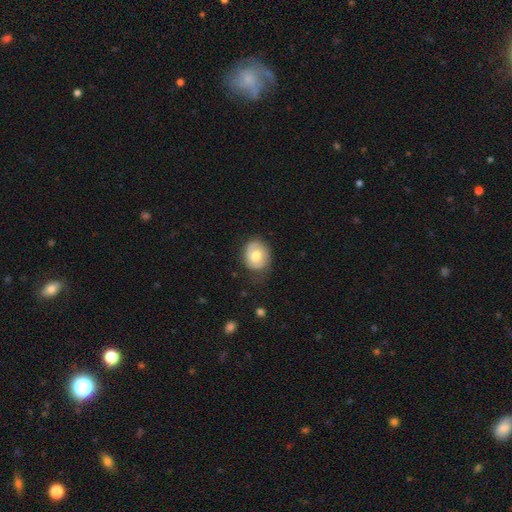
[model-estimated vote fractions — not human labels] Smooth or featured: smooth — 57% (featured or disk — 36%)
How rounded: round — 62% (in between — 37%)
Merging: none — 68% (minor disturbance — 23%)